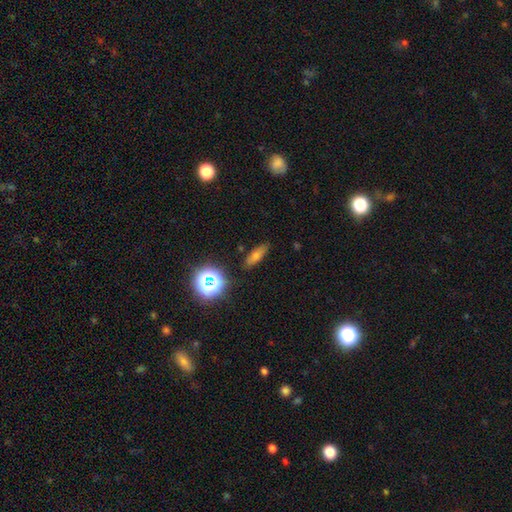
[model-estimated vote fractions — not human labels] smooth-or-featured: smooth: 57% | star or artifact: 22% | featured or disk: 21%
  how-rounded: cigar-shaped: 45% | in between: 44% | round: 11%
  merging: none: 87% | minor disturbance: 9% | major disturbance: 2% | merger: 2%